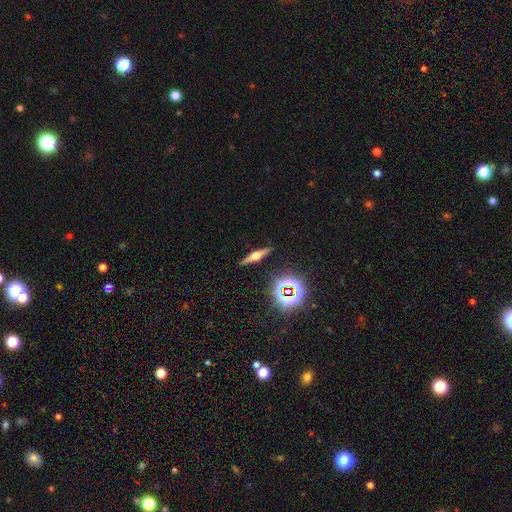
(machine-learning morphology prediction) Overall: featured or disk (67%). Edge-on disk: yes (96%). Edge-on bulge: rounded (93%). Merging: none (90%).